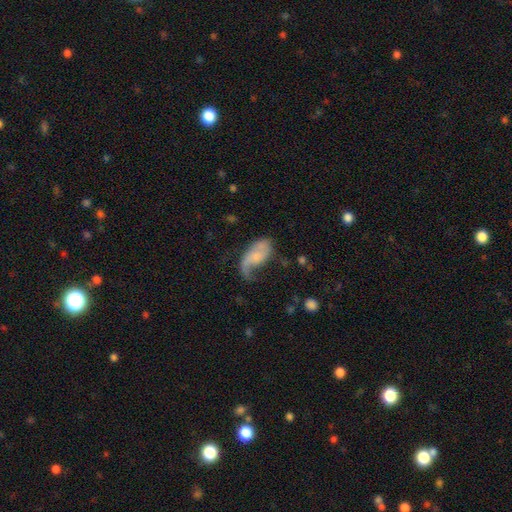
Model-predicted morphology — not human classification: Overall: featured or disk (61%; smooth 32%). Edge-on disk: no (95%). Bar: no (65%; weak 29%). Spiral arms: yes (85%). Bulge size: small (42%; none 30%). Merging: none (36%; major disturbance 35%).